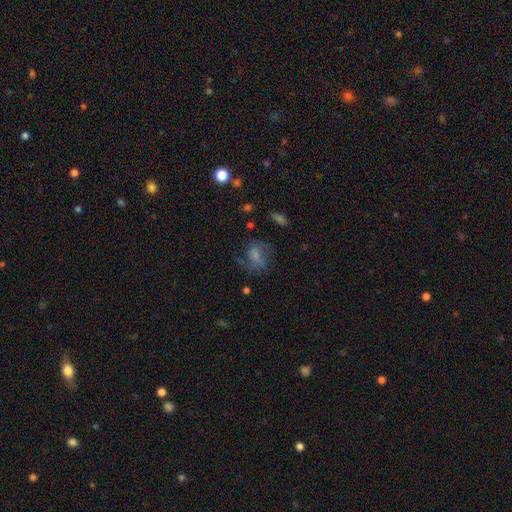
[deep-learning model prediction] A smooth galaxy with no disk features (51%) that is in between round and cigar-shaped (64%). Merging: none (46%).